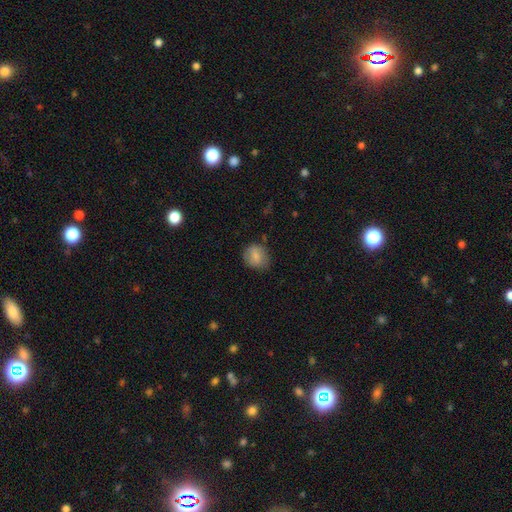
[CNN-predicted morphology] Smooth or featured?
  - smooth: 77% *
  - featured or disk: 14%
  - star or artifact: 8%
How rounded?
  - round: 67% *
  - in between: 32%
  - cigar-shaped: 1%
Merging?
  - none: 73% *
  - minor disturbance: 20%
  - major disturbance: 5%
  - merger: 2%